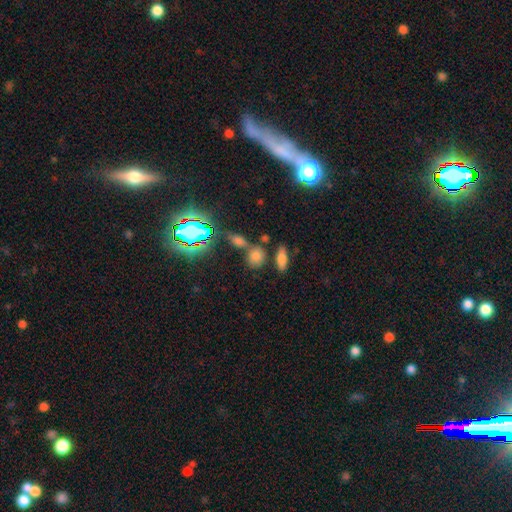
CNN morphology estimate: This is likely a smooth galaxy (65%). How rounded: possibly in between (55%). Merging: likely none (69%).